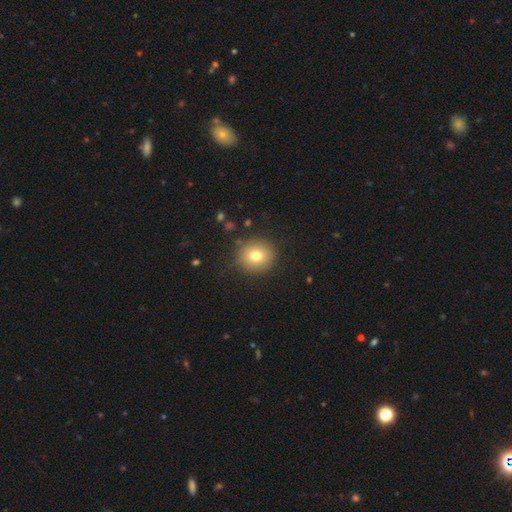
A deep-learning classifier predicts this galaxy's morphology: Smooth or featured? Predicted: smooth (p=0.76). How rounded? Predicted: round (p=0.89). Merging? Predicted: none (p=0.88).